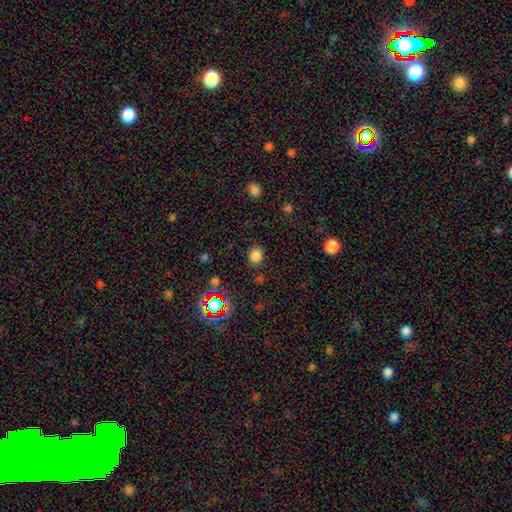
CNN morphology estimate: Smooth or featured? Predicted: smooth (p=0.79). How rounded? Predicted: round (p=0.86). Merging? Predicted: none (p=0.84).